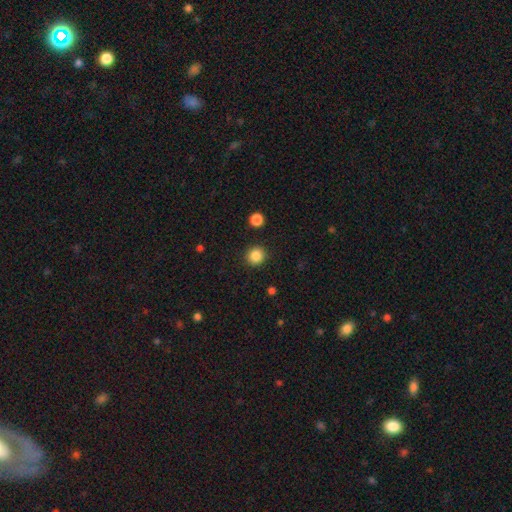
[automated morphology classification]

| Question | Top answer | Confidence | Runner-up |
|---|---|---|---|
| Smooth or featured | smooth | 86% | star or artifact (11%) |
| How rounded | round | 92% | in between (7%) |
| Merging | none | 91% | minor disturbance (5%) |